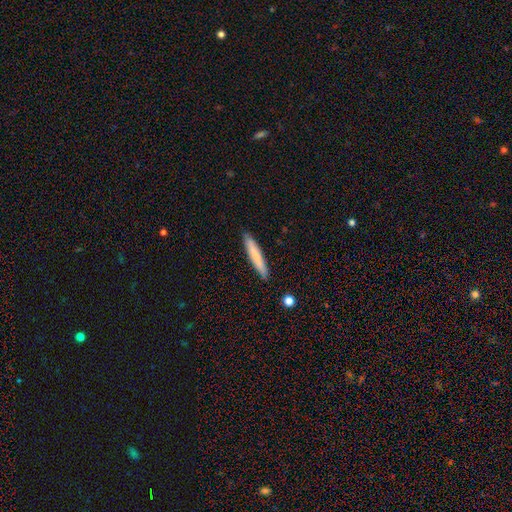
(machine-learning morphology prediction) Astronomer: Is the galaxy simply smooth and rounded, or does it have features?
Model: smooth — 73%.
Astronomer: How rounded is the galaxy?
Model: cigar-shaped — 94%.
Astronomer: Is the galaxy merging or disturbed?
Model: none — 90%.